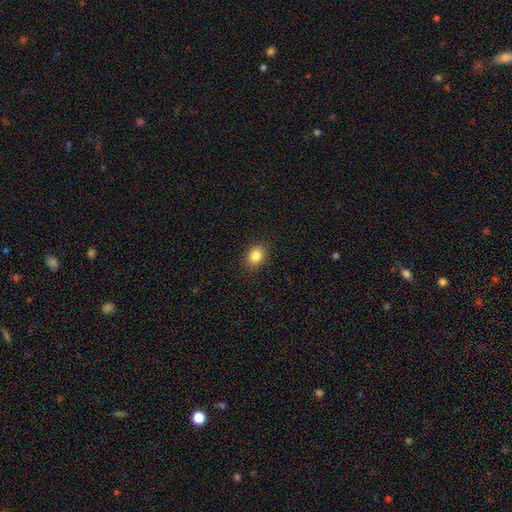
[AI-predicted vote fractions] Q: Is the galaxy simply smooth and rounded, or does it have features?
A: smooth — 85%.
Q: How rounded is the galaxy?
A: in between — 55%.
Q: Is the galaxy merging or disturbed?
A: none — 89%.